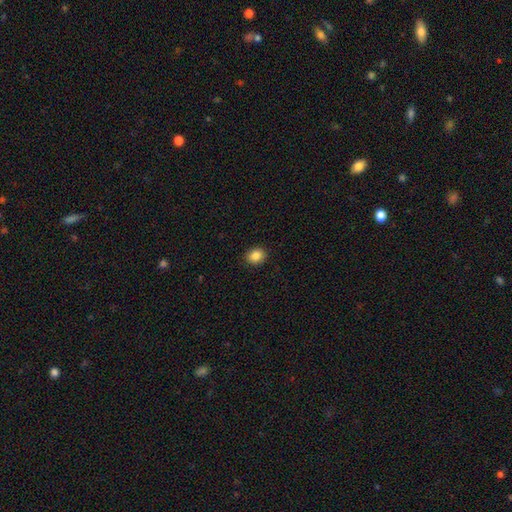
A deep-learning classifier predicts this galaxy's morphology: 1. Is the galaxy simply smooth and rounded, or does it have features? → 86% smooth, 9% star or artifact, 5% featured or disk.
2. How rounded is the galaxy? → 56% round, 43% in between, 1% cigar-shaped.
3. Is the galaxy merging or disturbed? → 91% none, 7% minor disturbance, 2% major disturbance, 1% merger.